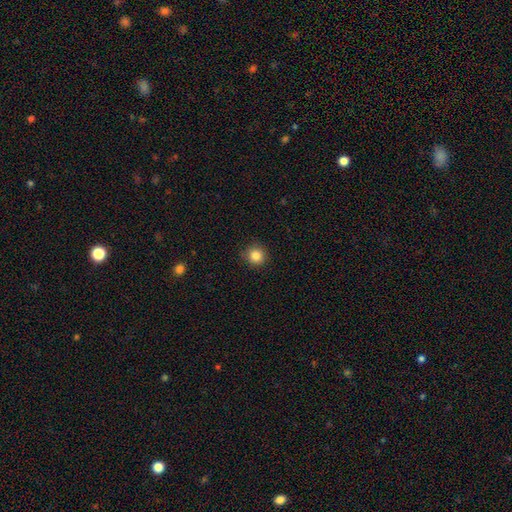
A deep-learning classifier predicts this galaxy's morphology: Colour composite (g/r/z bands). It shows a smooth galaxy with no disk features (85%) that is round (93%). Merging: none (88%).